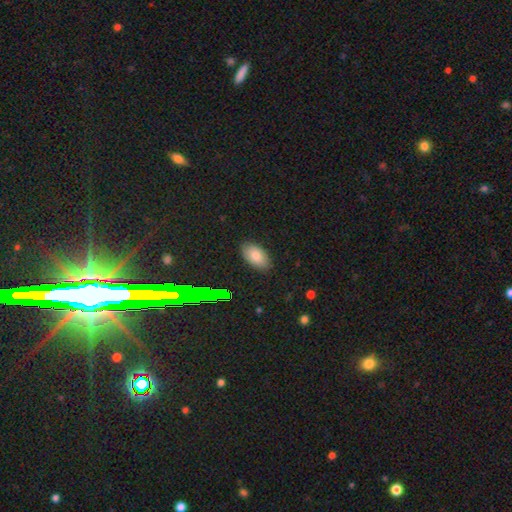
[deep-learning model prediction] Smooth or featured? Predicted: smooth (p=0.82). How rounded? Predicted: in between (p=0.94). Merging? Predicted: none (p=0.85).